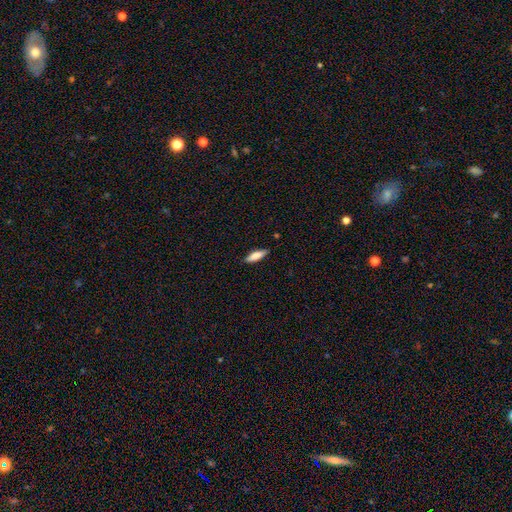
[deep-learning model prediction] Smooth or featured?
  - smooth: 73% *
  - featured or disk: 21%
  - star or artifact: 6%
How rounded?
  - cigar-shaped: 54% *
  - in between: 45%
  - round: 2%
Merging?
  - none: 86% *
  - minor disturbance: 11%
  - major disturbance: 2%
  - merger: 1%